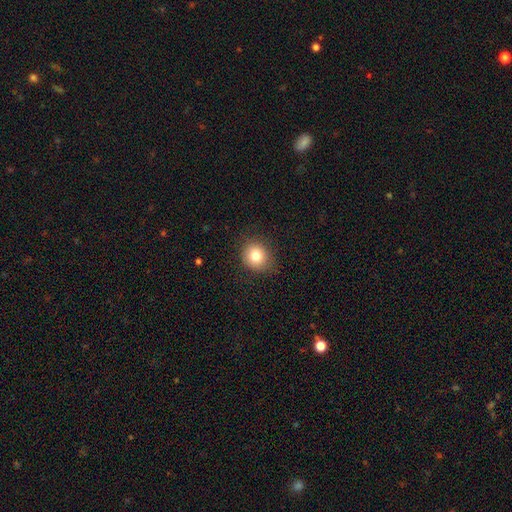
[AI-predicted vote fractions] smooth 80%, star or artifact 11%, featured or disk 9%. Down the decision tree: how rounded — round (78%); merging — none (85%).